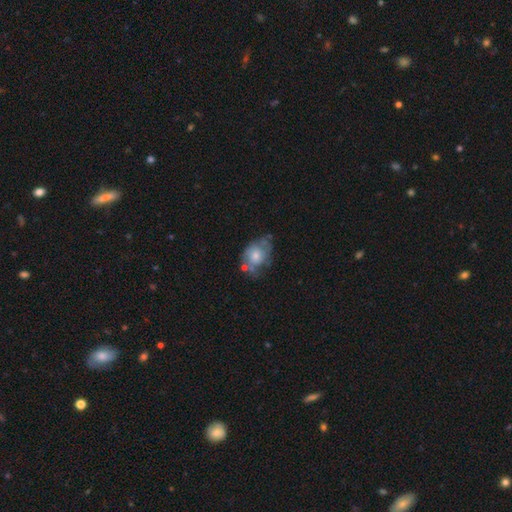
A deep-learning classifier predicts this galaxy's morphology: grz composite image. It shows a smooth galaxy with no disk features (51%) that is in between round and cigar-shaped (66%). Merging: none (41%).